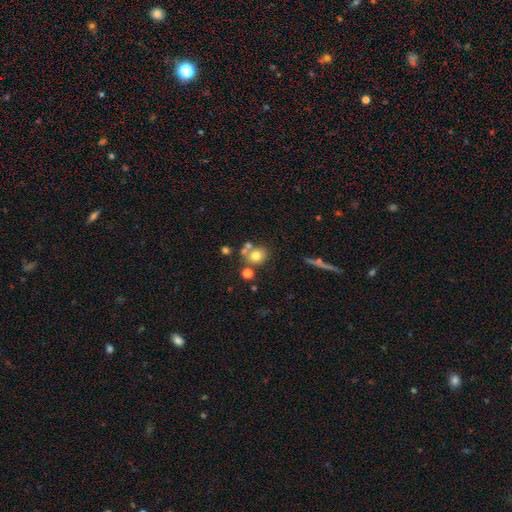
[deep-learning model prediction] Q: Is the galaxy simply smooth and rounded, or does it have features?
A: smooth — 71%.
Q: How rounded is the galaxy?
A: round — 76%.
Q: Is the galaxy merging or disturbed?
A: none — 57%.